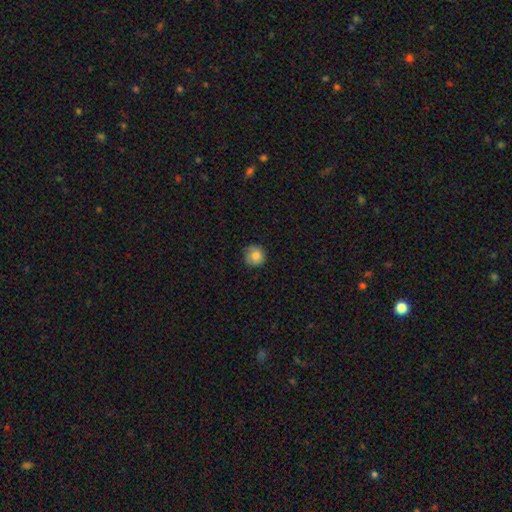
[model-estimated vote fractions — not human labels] Smooth or featured?
  - smooth: 80% *
  - featured or disk: 11%
  - star or artifact: 9%
How rounded?
  - round: 91% *
  - in between: 8%
  - cigar-shaped: 1%
Merging?
  - none: 74% *
  - minor disturbance: 21%
  - major disturbance: 4%
  - merger: 1%